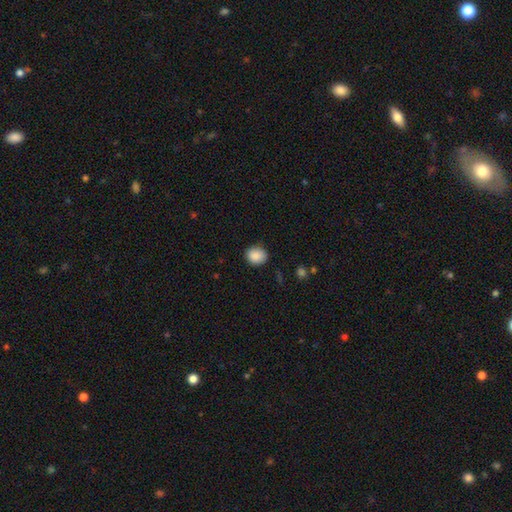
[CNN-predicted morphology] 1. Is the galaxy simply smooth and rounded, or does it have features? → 88% smooth, 8% star or artifact, 3% featured or disk.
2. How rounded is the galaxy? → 68% round, 32% in between, 1% cigar-shaped.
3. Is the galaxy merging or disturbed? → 86% none, 10% minor disturbance, 2% major disturbance, 1% merger.